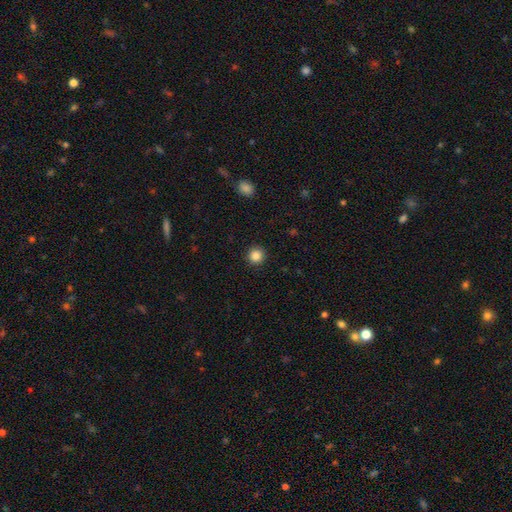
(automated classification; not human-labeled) A smooth galaxy with no disk features (86%) that is round (94%).

Vote fractions:
- Smooth or featured? smooth: 86% / star or artifact: 11% / featured or disk: 3%
- How rounded? round: 94% / in between: 5% / cigar-shaped: 1%
- Merging? none: 92% / minor disturbance: 5% / major disturbance: 2% / merger: 1%